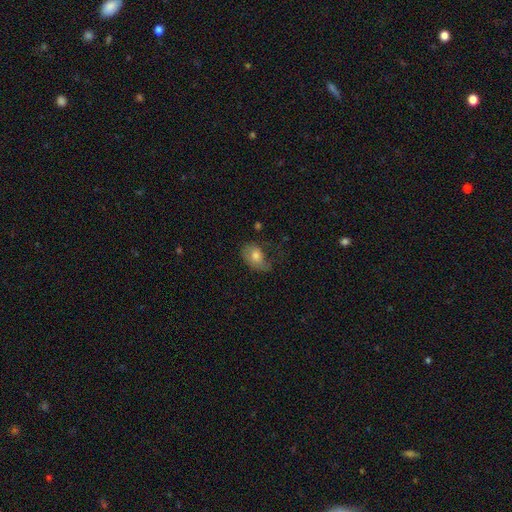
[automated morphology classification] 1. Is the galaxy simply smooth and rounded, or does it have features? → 68% smooth, 24% featured or disk, 8% star or artifact.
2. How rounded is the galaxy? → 82% in between, 17% round, 1% cigar-shaped.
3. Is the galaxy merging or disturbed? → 42% none, 31% minor disturbance, 25% major disturbance, 2% merger.